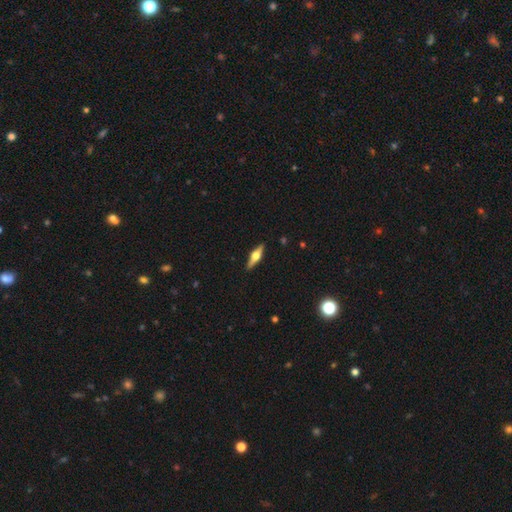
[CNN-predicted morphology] Q: Smooth or featured?
A: featured or disk (65%); runner-up: smooth (30%)
Q: Edge-on disk?
A: yes (96%); runner-up: no (4%)
Q: Edge-on bulge?
A: rounded (94%); runner-up: boxy (4%)
Q: Merging?
A: none (90%); runner-up: minor disturbance (7%)